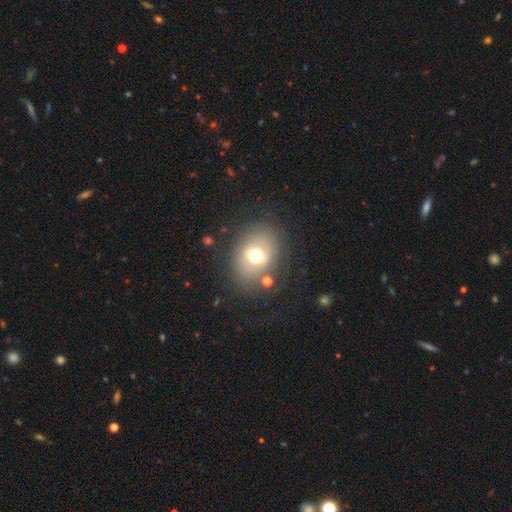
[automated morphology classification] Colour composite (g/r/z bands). It shows a smooth galaxy with no disk features (54%) that is in between round and cigar-shaped (58%). Merging: none (72%).